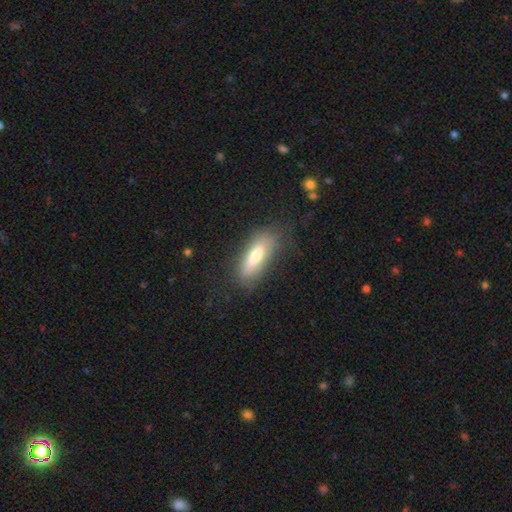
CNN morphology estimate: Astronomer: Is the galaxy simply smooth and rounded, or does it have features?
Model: smooth — 68%.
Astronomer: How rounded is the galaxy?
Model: in between — 60% (runner-up: cigar-shaped, 38%).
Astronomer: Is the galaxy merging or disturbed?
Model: none — 73%.